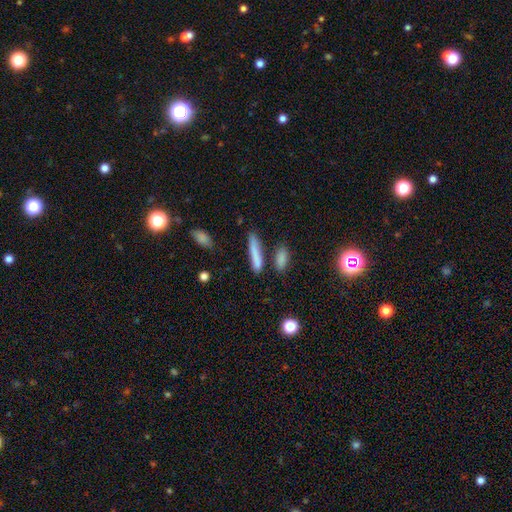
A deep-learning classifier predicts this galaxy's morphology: A smooth galaxy with no disk features (81%) that is cigar-shaped (86%). Merging: none (76%).